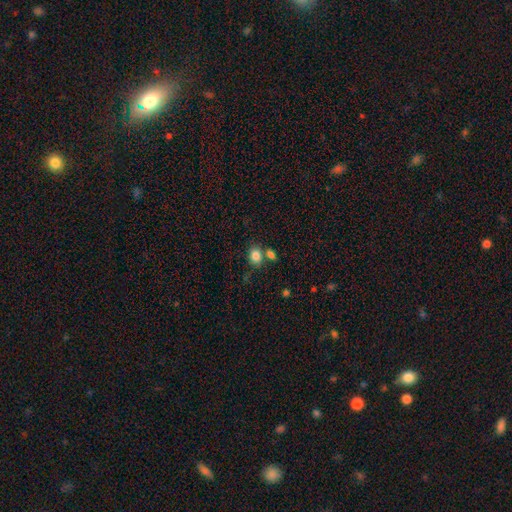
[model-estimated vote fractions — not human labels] Smooth or featured: smooth — 84% (star or artifact — 10%)
How rounded: in between — 59% (round — 40%)
Merging: none — 61% (merger — 23%)